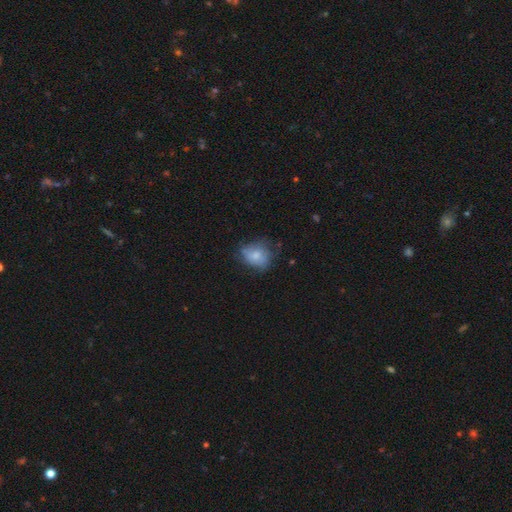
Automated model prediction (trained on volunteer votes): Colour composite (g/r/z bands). It shows a smooth galaxy with no disk features (68%) that is round (53%). Merging: none (52%).